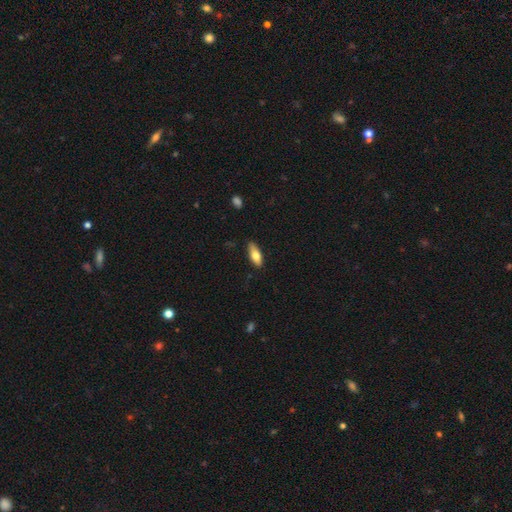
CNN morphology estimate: type=smooth (70%); roundness=in between (68%); merging=none (83%).